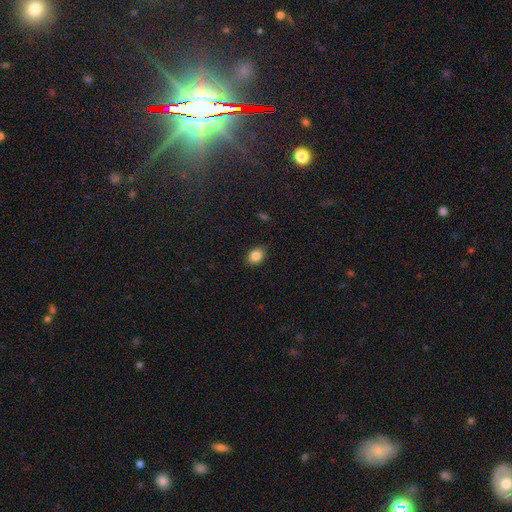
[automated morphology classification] Smooth or featured? Predicted: smooth (p=0.85). How rounded? Predicted: in between (p=0.81). Merging? Predicted: none (p=0.87).